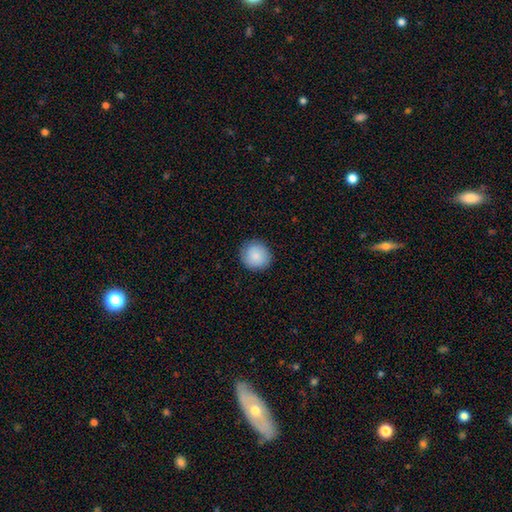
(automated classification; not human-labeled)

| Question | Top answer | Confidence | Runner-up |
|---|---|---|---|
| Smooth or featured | smooth | 87% | star or artifact (7%) |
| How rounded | round | 92% | in between (8%) |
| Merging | none | 89% | minor disturbance (8%) |